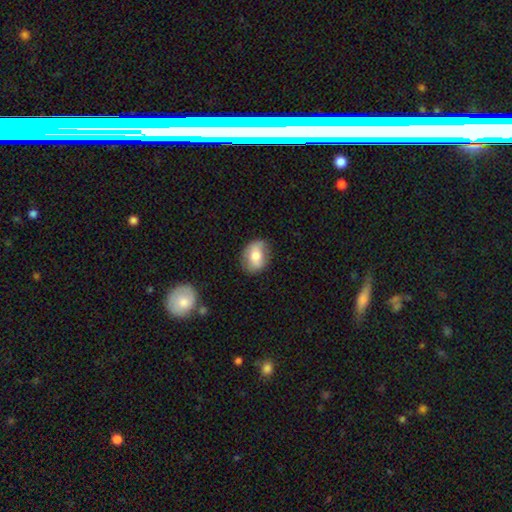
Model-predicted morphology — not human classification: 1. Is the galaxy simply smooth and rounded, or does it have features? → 68% smooth, 24% featured or disk, 7% star or artifact.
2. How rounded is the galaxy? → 62% in between, 37% round, 1% cigar-shaped.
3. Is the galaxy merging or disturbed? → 77% none, 17% minor disturbance, 4% major disturbance, 1% merger.